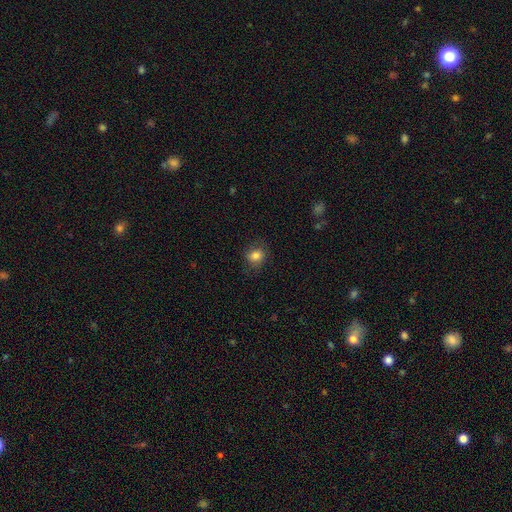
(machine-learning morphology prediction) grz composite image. It shows a smooth galaxy with no disk features (80%) that is round (60%). Merging: none (77%).